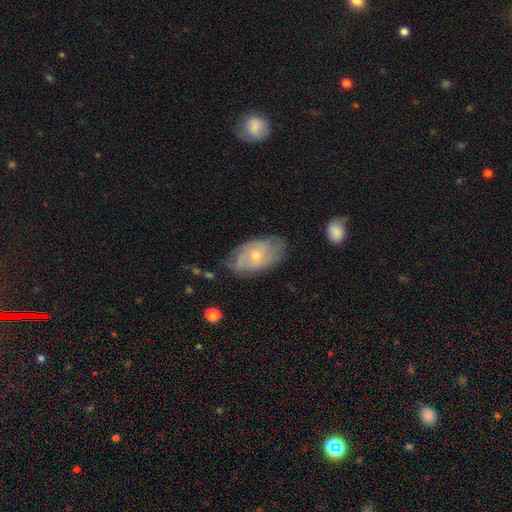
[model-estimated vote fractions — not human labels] Q: Smooth or featured?
A: featured or disk (54%); runner-up: smooth (39%)
Q: Edge-on disk?
A: no (93%); runner-up: yes (7%)
Q: Bar?
A: no (77%); runner-up: weak (20%)
Q: Spiral arms?
A: yes (71%); runner-up: no (29%)
Q: Bulge size?
A: small (61%); runner-up: moderate (36%)
Q: Merging?
A: none (67%); runner-up: minor disturbance (25%)